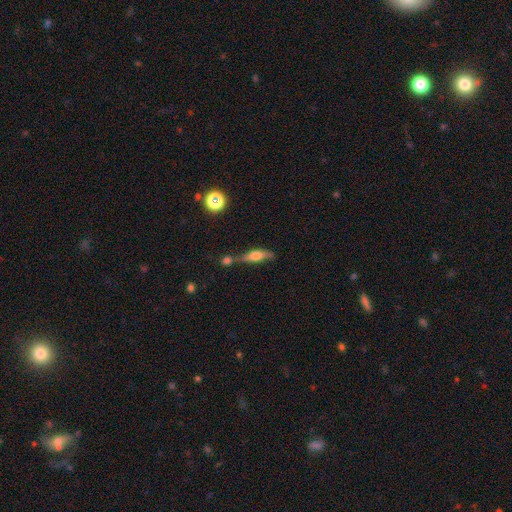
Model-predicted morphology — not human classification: The model was most divided on "smooth or featured": featured or disk: 46%, smooth: 44%, star or artifact: 10%. Remaining: merging — none (41%).